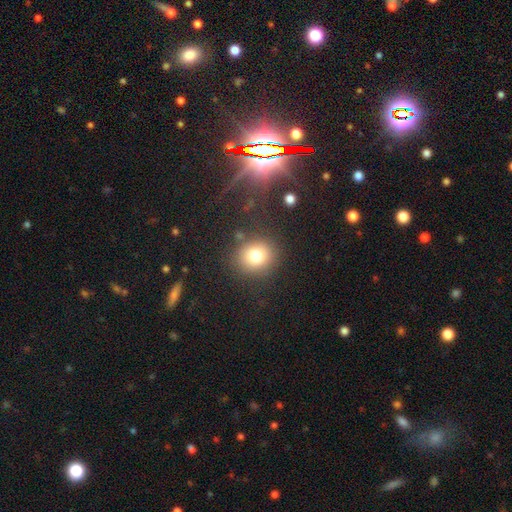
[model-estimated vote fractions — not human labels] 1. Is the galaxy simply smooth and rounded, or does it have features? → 75% smooth, 14% star or artifact, 10% featured or disk.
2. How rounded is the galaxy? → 81% round, 18% in between, 1% cigar-shaped.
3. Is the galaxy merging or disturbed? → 83% none, 9% minor disturbance, 4% major disturbance, 3% merger.